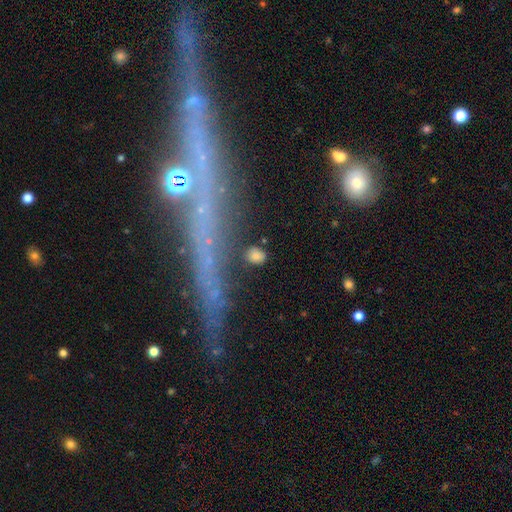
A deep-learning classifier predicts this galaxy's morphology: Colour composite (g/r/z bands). It shows a smooth galaxy with no disk features (80%) that is round (53%). Merging: none (81%).